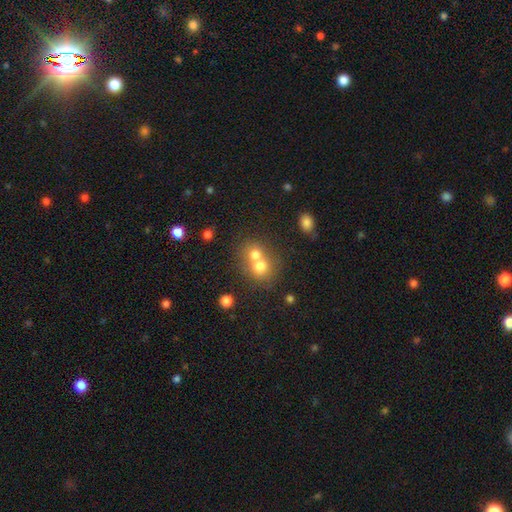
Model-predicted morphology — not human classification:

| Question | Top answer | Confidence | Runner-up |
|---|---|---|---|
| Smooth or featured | smooth | 68% | featured or disk (18%) |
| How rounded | round | 75% | in between (24%) |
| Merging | merger | 62% | none (30%) |